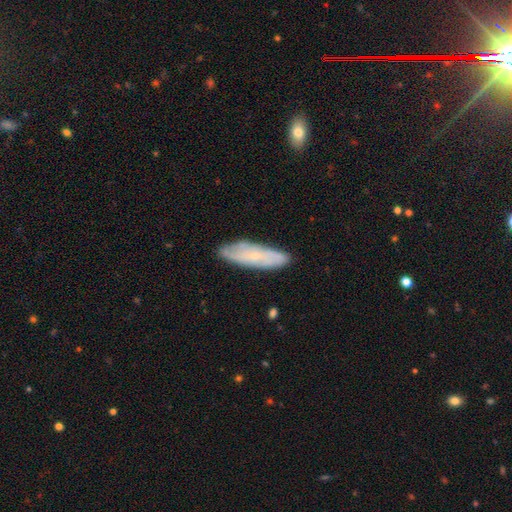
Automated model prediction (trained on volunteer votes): The model was most divided on "smooth or featured": featured or disk: 50%, smooth: 43%, star or artifact: 7%. More confident: merging — none (83%).